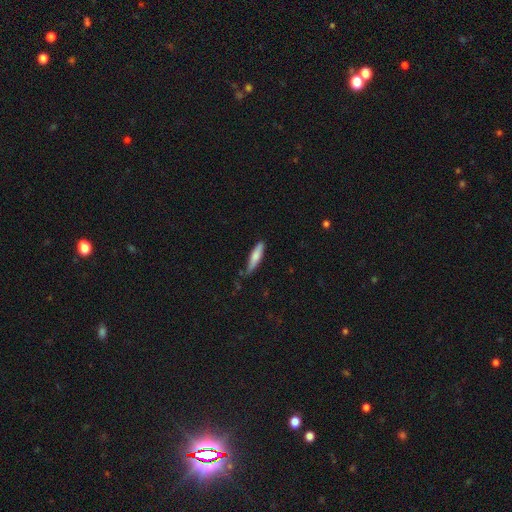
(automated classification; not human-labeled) Smooth or featured: smooth — 73% (featured or disk — 21%)
How rounded: cigar-shaped — 80% (in between — 18%)
Merging: none — 69% (minor disturbance — 24%)